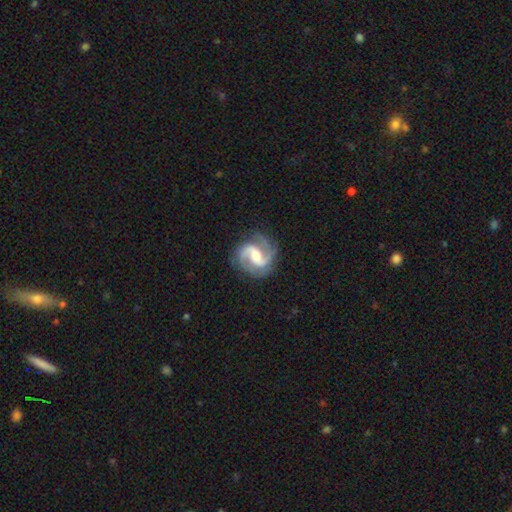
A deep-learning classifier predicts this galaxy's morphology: Overall: featured or disk (90%). Edge-on disk: no (98%). Bar: weak (47%; no 29%). Spiral arms: yes (98%). Spiral arm count: 2 (86%). Spiral winding: medium (58%; loose 24%). Bulge size: moderate (63%; small 25%). Merging: none (80%).